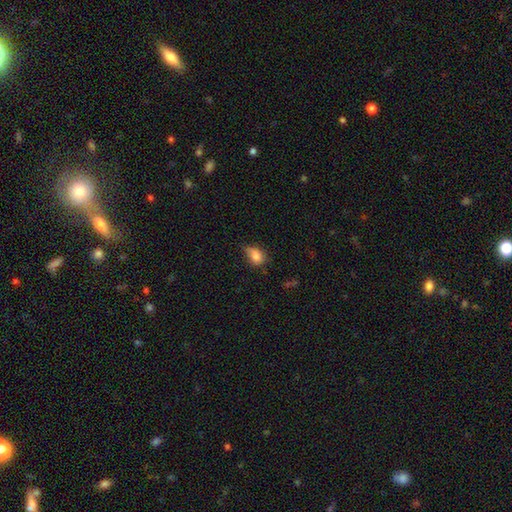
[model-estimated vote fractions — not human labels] Morphology: type=smooth (80%); roundness=in between (73%); merging=minor disturbance (43%).